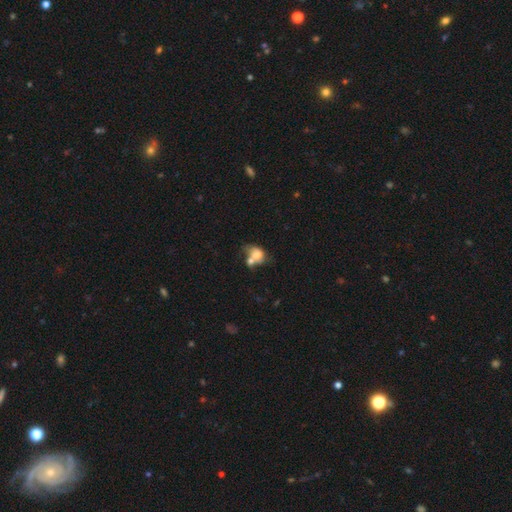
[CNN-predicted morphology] smooth 65%, featured or disk 25%, star or artifact 10%. Down the decision tree: how rounded — in between (64%); merging — merger (56%).